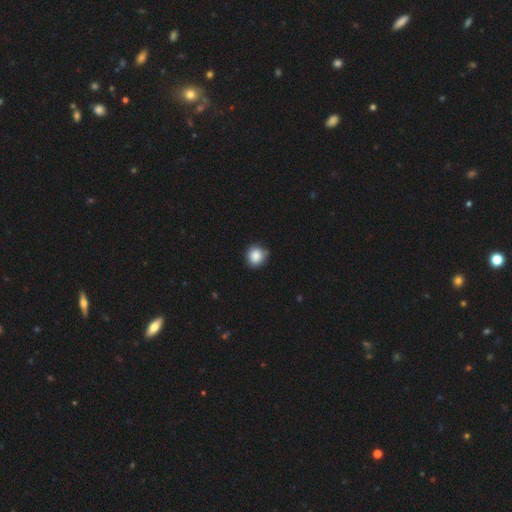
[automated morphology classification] This appears to be a smooth galaxy with no disk features (86%) that is round (87%). Merging: none (78%).